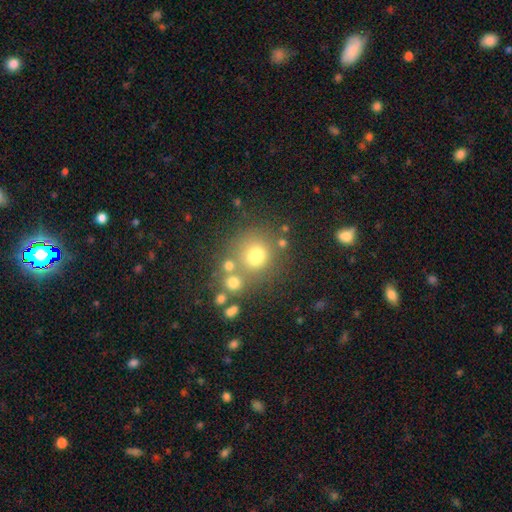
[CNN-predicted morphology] This is likely a smooth galaxy (69%). How rounded: clearly round (82%). Merging: likely none (61%).